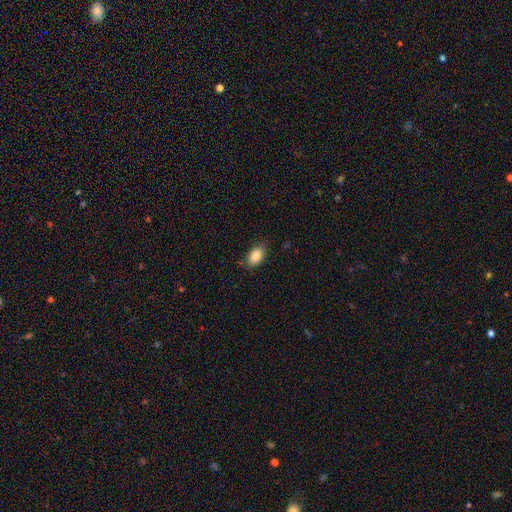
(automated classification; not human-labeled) This is clearly a smooth galaxy (86%). How rounded: clearly in between (90%). Merging: clearly none (82%).